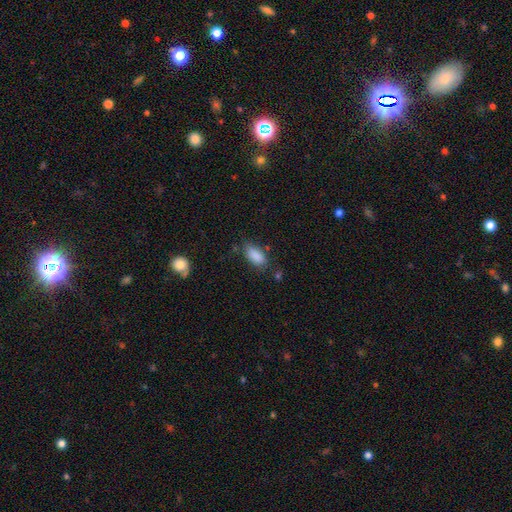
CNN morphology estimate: smooth 87%, star or artifact 8%, featured or disk 5%. Down the decision tree: how rounded — in between (91%); merging — none (72%).